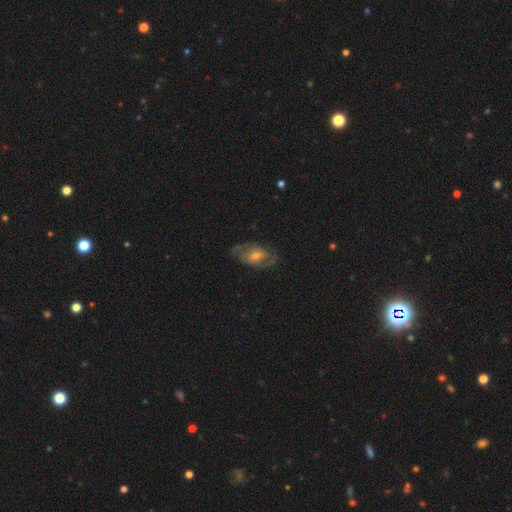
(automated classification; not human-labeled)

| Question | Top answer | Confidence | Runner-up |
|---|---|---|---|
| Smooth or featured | featured or disk | 69% | smooth (24%) |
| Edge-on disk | no | 93% | yes (7%) |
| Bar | no | 50% | weak (38%) |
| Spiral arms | yes | 77% | no (23%) |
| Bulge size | moderate | 49% | small (44%) |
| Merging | none | 74% | minor disturbance (16%) |